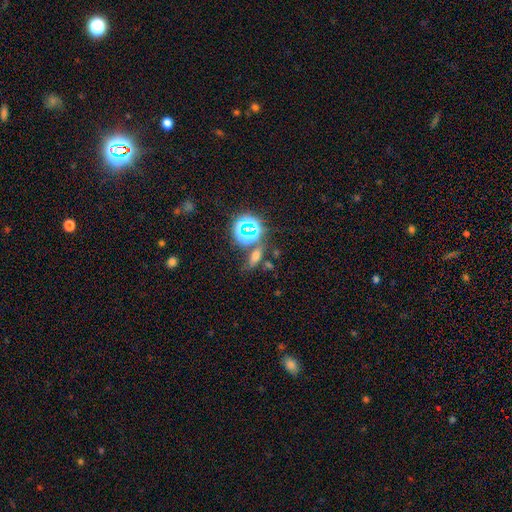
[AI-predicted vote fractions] Smooth or featured? smooth (53%)
How rounded? in between (58%)
Merging? none (68%)